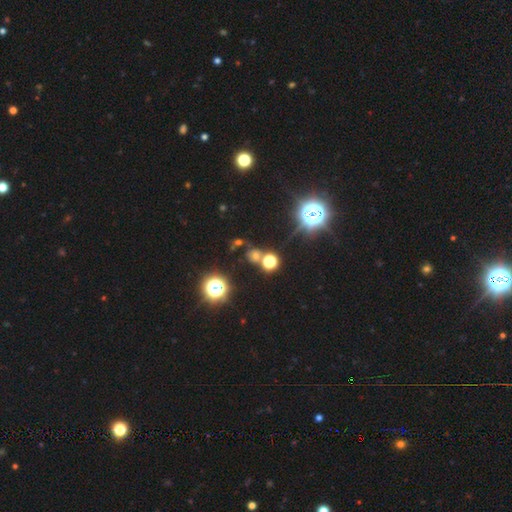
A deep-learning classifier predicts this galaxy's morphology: type=star or artifact (45%, tied with smooth).